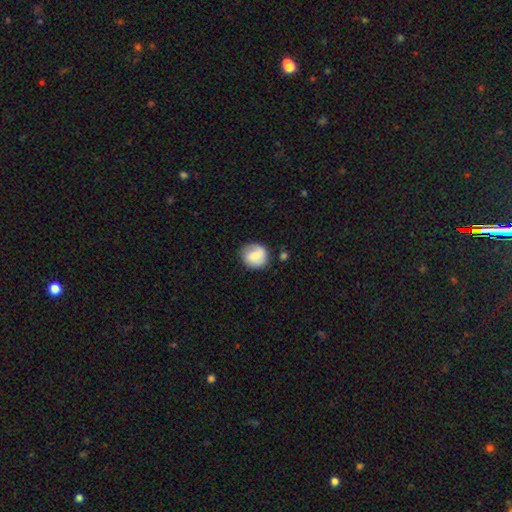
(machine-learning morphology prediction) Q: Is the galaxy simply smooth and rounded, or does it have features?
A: smooth — 76%.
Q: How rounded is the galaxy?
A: round — 86%.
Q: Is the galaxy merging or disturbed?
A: none — 74%.